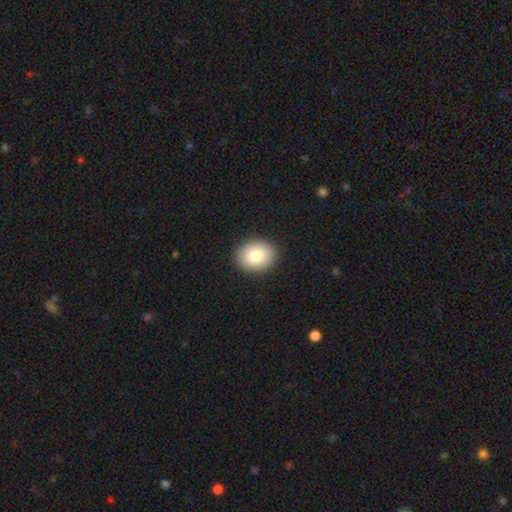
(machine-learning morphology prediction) A smooth galaxy with no disk features (84%) that is round (50%). Merging: none (90%).